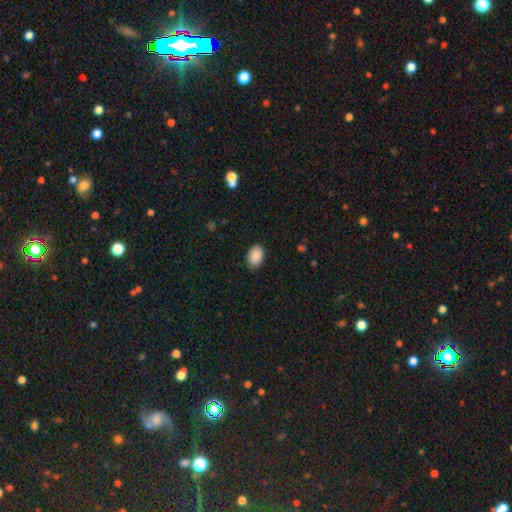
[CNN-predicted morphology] This is clearly a smooth galaxy (90%). How rounded: clearly in between (88%). Merging: clearly none (84%).